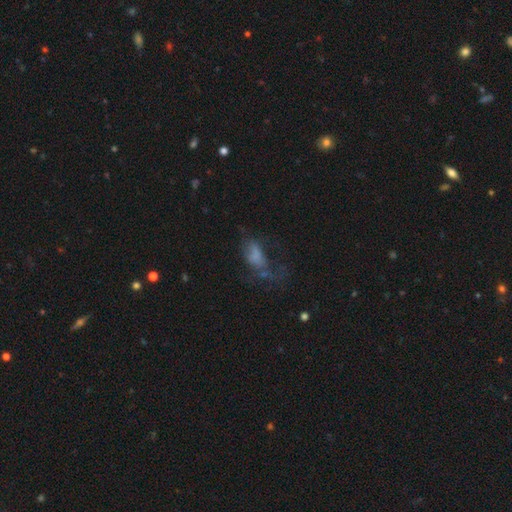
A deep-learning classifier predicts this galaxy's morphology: smooth 52%, featured or disk 32%, star or artifact 16%. Down the decision tree: how rounded — in between (85%); merging — major disturbance (51%).